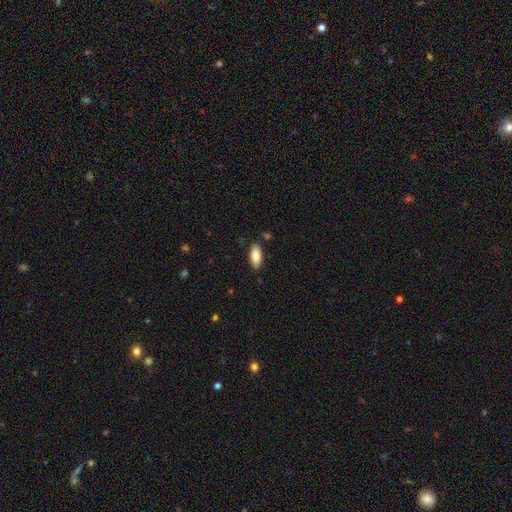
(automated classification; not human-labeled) Smooth or featured: smooth — 82% (featured or disk — 11%)
How rounded: in between — 88% (cigar-shaped — 10%)
Merging: none — 86% (minor disturbance — 10%)